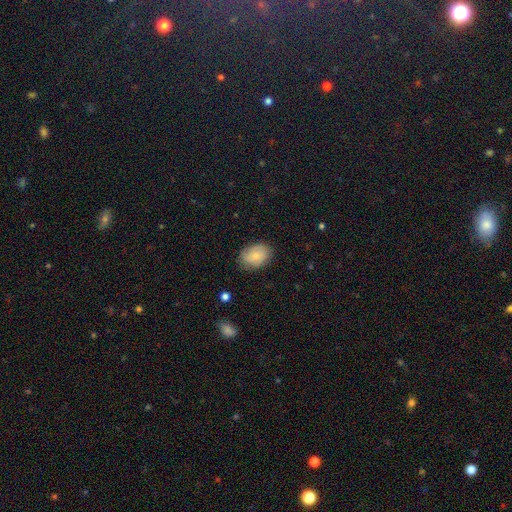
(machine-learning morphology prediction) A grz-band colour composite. It shows a smooth galaxy with no disk features (80%) that is in between round and cigar-shaped (80%). Merging: none (79%).